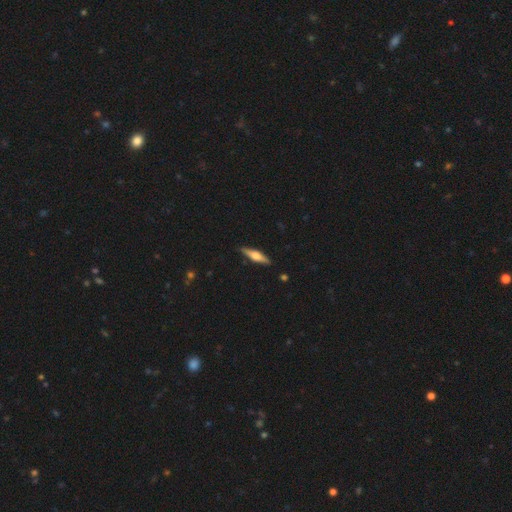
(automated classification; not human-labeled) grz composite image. It shows a featured or disk galaxy (57%) viewed edge-on (96%) with a rounded central bulge (89%). Merging: none (88%).